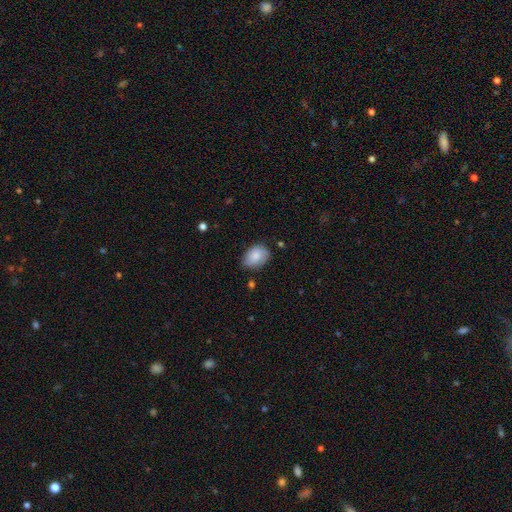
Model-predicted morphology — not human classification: smooth_or_featured: smooth (p=0.80) [alt: featured or disk p=0.13]
how_rounded: in between (p=0.74) [alt: round p=0.25]
merging: none (p=0.67) [alt: minor disturbance p=0.26]